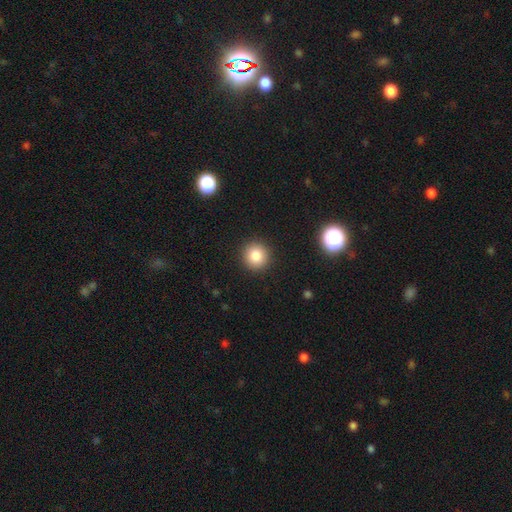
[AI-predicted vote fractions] Morphology: type=smooth (82%); roundness=round (93%); merging=none (92%).